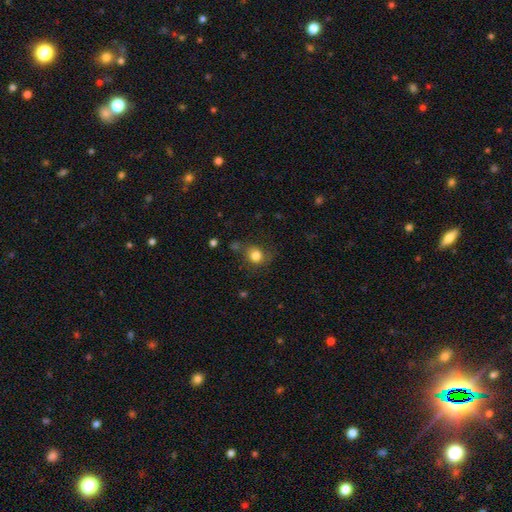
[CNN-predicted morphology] smooth 81%, star or artifact 12%, featured or disk 7%. Down the decision tree: how rounded — round (77%); merging — none (67%).